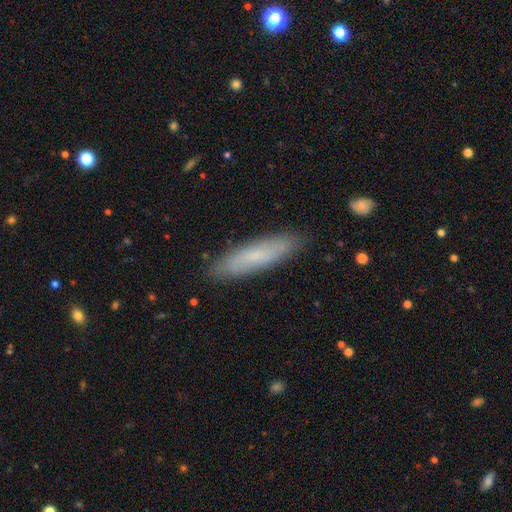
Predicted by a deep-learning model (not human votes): smooth_or_featured: smooth (p=0.64) [alt: featured or disk p=0.28]
how_rounded: cigar-shaped (p=0.77) [alt: in between p=0.21]
merging: none (p=0.87) [alt: minor disturbance p=0.10]